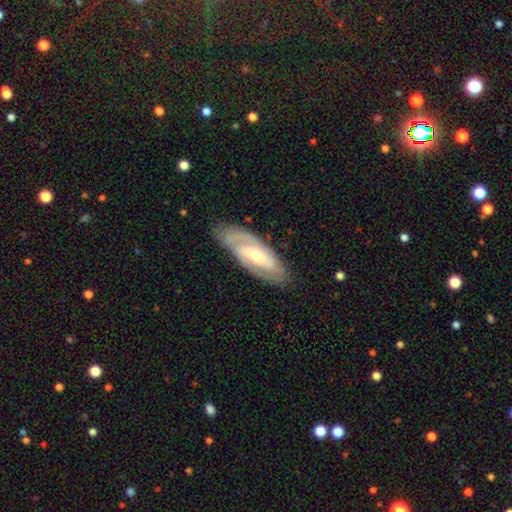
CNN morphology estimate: This appears to be a featured or disk galaxy (80%) with a weak bar (38%), 2 (77%) tight (46%) spiral arms (91%) and a small central bulge (49%). Merging: none (80%).